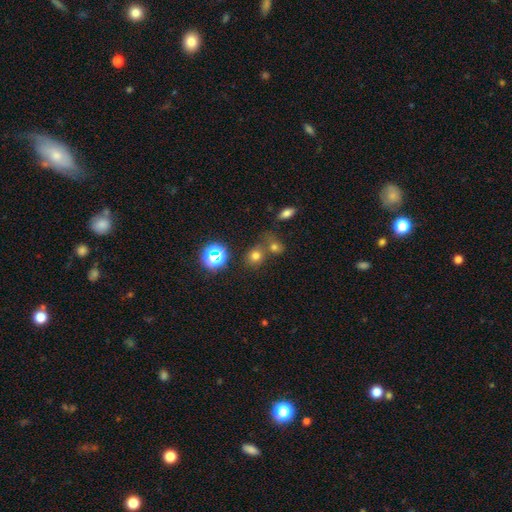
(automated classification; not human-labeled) This is likely a smooth galaxy (67%). How rounded: likely round (71%). Merging: possibly none (55%).